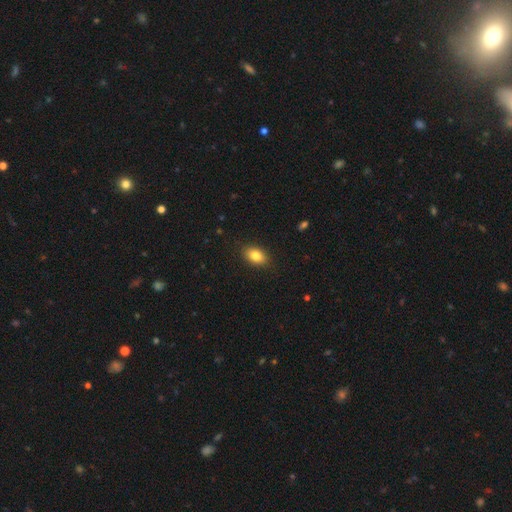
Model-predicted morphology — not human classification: type=smooth (83%); roundness=in between (86%); merging=none (88%).